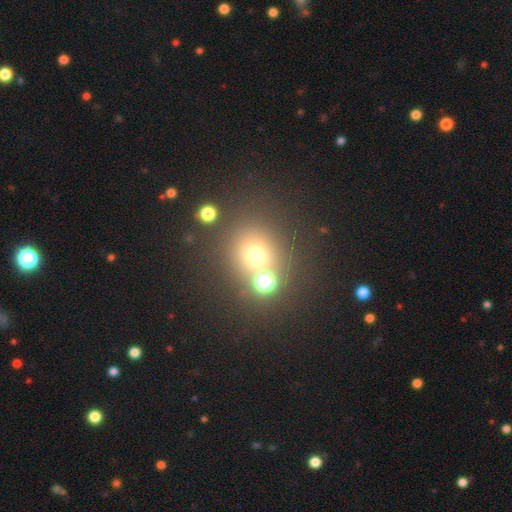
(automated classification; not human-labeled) Morphology: type=smooth (62%); roundness=round (85%); merging=none (66%).